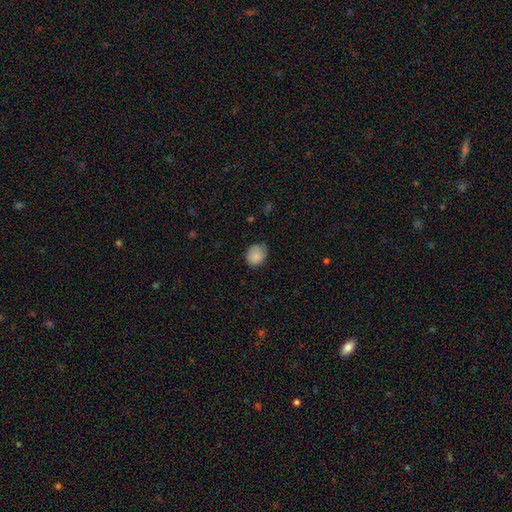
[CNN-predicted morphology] Smooth or featured? Predicted: smooth (p=0.83). How rounded? Predicted: round (p=0.54). Merging? Predicted: none (p=0.65).